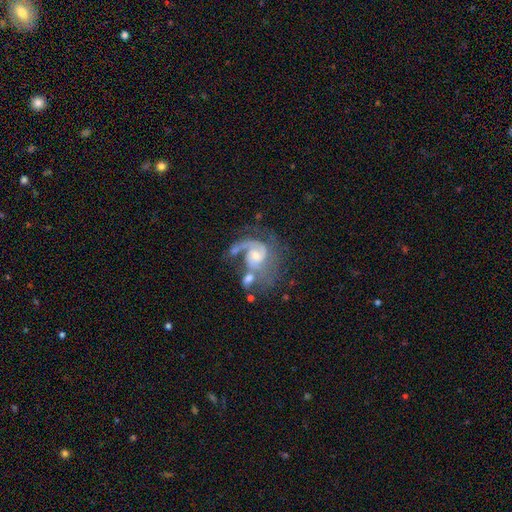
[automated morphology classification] type=featured or disk (85%); edge-on=no (98%); bar=no (65%); spiral arms=yes (94%); winding=medium (45%); arm count=2 (43%); bulge=moderate (50%); merging=none (31%).